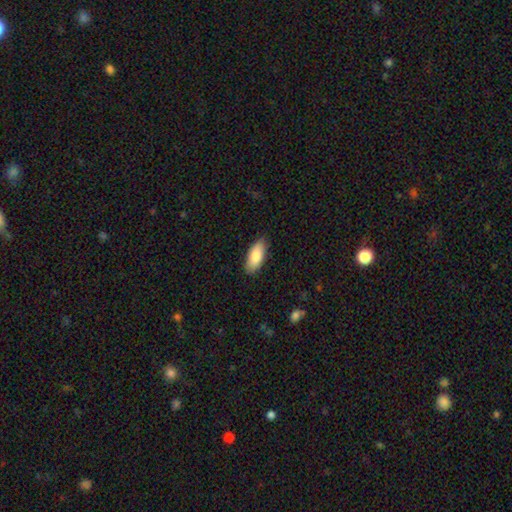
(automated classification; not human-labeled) A smooth galaxy with no disk features (85%) that is in between round and cigar-shaped (86%). Merging: none (86%).